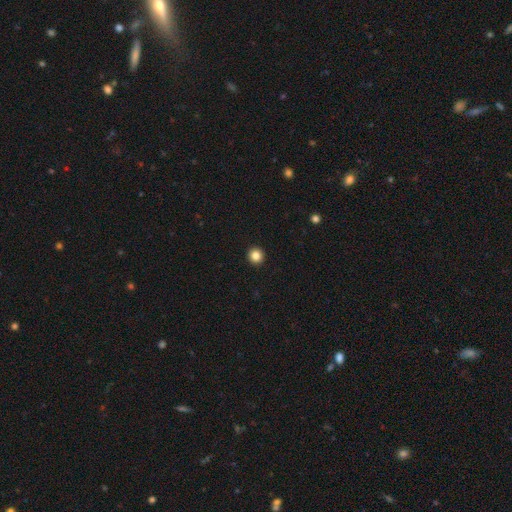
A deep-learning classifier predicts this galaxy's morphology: Smooth or featured? smooth (85%)
How rounded? round (96%)
Merging? none (95%)